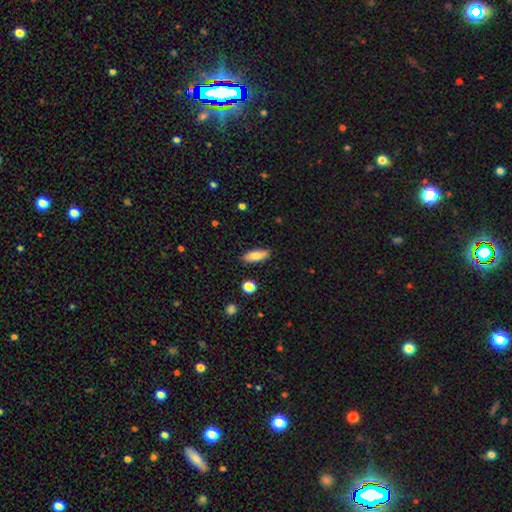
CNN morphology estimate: Smooth or featured? Predicted: smooth (p=0.80). How rounded? Predicted: in between (p=0.68). Merging? Predicted: none (p=0.85).